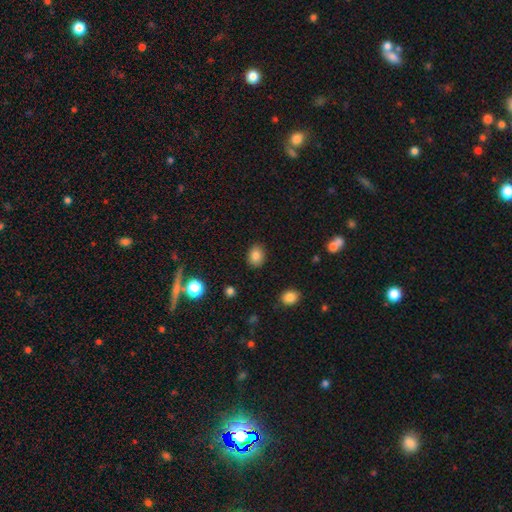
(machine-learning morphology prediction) smooth 84%, star or artifact 10%, featured or disk 6%. Down the decision tree: how rounded — in between (55%); merging — none (88%).